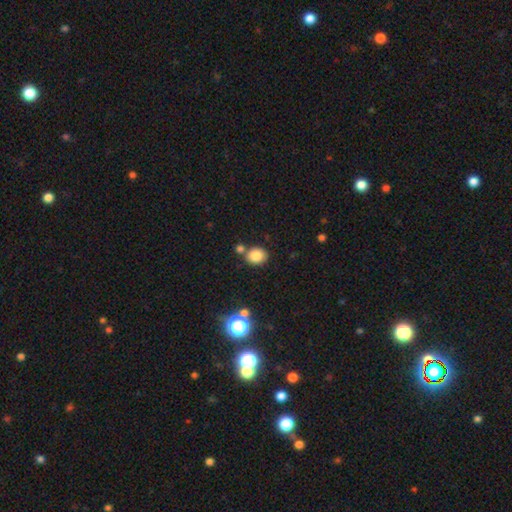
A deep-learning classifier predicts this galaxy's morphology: type=smooth (82%); roundness=round (65%); merging=none (72%).